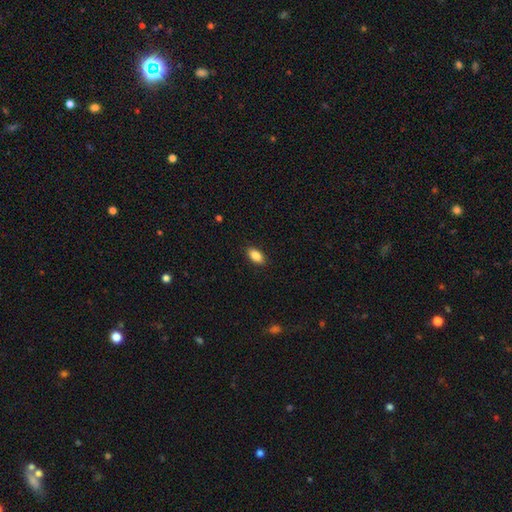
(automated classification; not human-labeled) Morphology: type=smooth (87%); roundness=in between (91%); merging=none (89%).